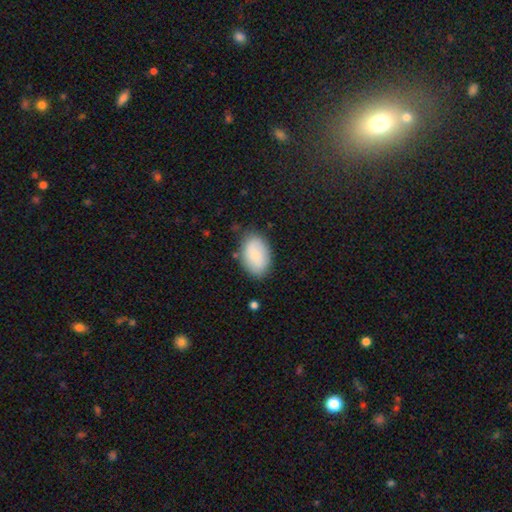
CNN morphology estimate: Smooth or featured?
  - smooth: 80% *
  - featured or disk: 14%
  - star or artifact: 7%
How rounded?
  - in between: 88% *
  - round: 11%
  - cigar-shaped: 1%
Merging?
  - none: 78% *
  - minor disturbance: 16%
  - major disturbance: 4%
  - merger: 2%